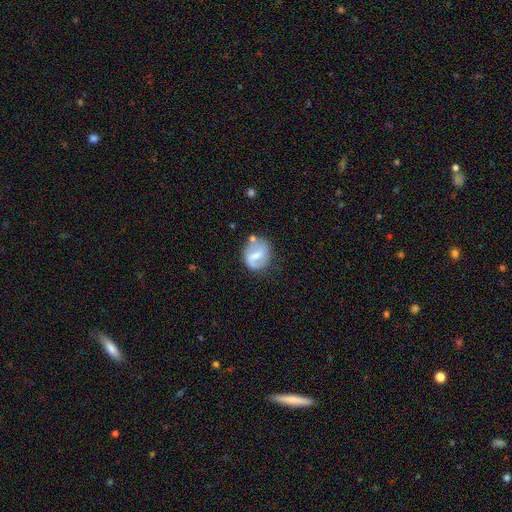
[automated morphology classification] This is possibly a featured or disk galaxy (51%). It is clearly not viewed edge-on (96%). Merging: possibly none (59%).